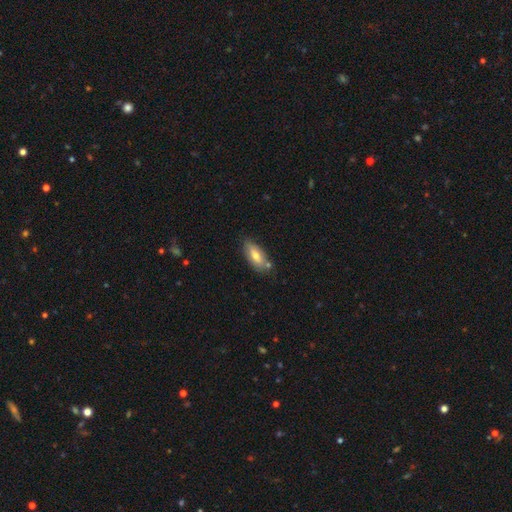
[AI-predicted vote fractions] Smooth or featured: smooth — 67% (featured or disk — 26%)
How rounded: in between — 80% (cigar-shaped — 18%)
Merging: none — 73% (minor disturbance — 17%)